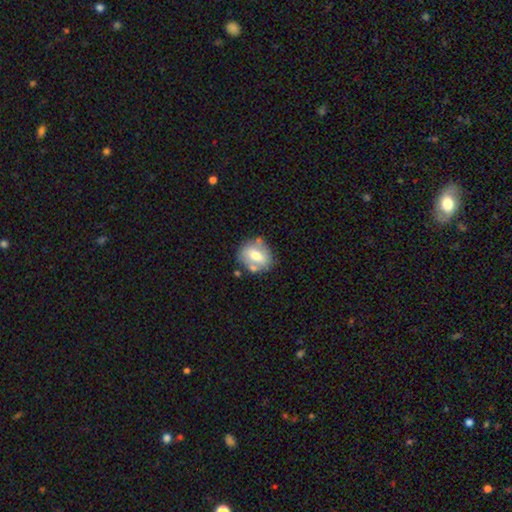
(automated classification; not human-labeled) Smooth or featured? Predicted: smooth (p=0.56). How rounded? Predicted: round (p=0.60). Merging? Predicted: none (p=0.66).